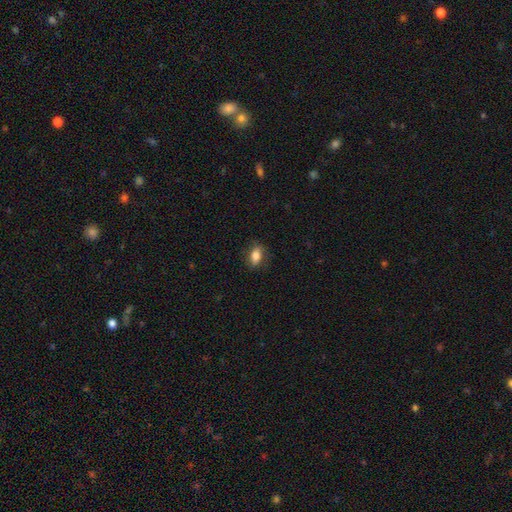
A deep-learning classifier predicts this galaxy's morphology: type=smooth (81%); roundness=in between (84%); merging=none (81%).